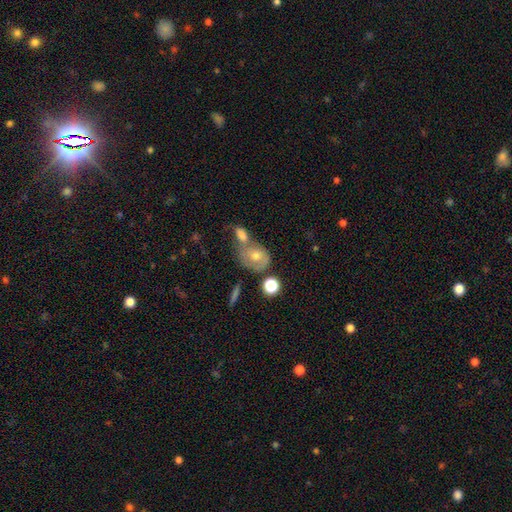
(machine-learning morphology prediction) The model was most divided on "merging": merger: 42%, none: 37%, minor disturbance: 13%, major disturbance: 8%. Remaining: smooth or featured — featured or disk (49%).